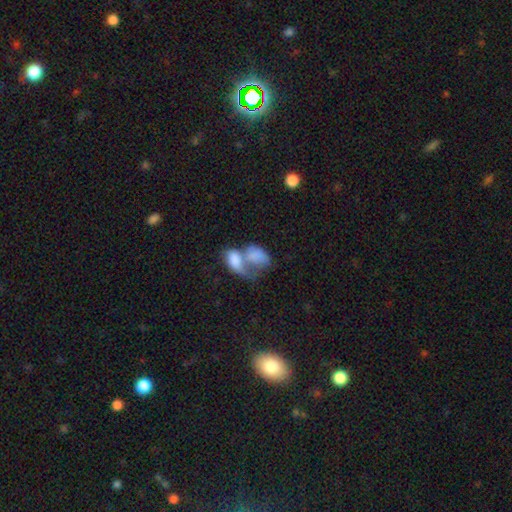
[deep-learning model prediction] smooth_or_featured: smooth (p=0.71) [alt: featured or disk p=0.21]
how_rounded: in between (p=0.85) [alt: round p=0.13]
merging: merger (p=0.74) [alt: major disturbance p=0.11]